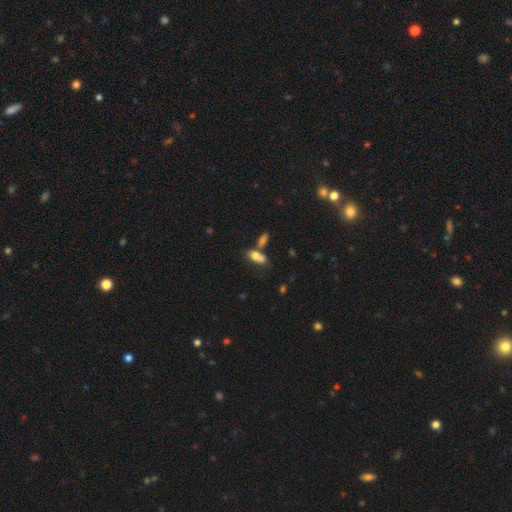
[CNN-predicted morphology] Smooth or featured: smooth — 74% (featured or disk — 16%)
How rounded: in between — 79% (cigar-shaped — 12%)
Merging: merger — 53% (none — 32%)